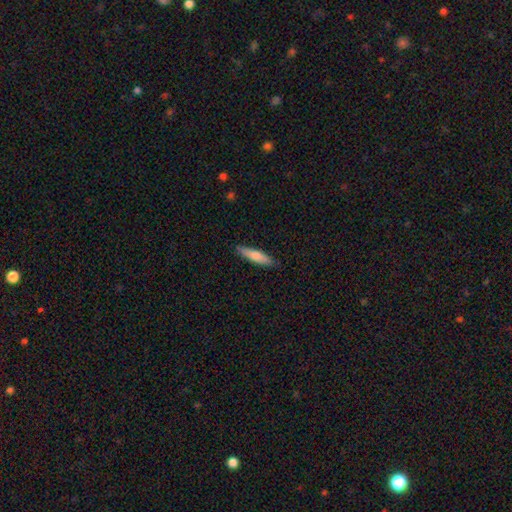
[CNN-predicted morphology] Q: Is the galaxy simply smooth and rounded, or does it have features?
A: smooth — 78%.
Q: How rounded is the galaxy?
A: cigar-shaped — 78%.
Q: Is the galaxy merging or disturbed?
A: none — 87%.